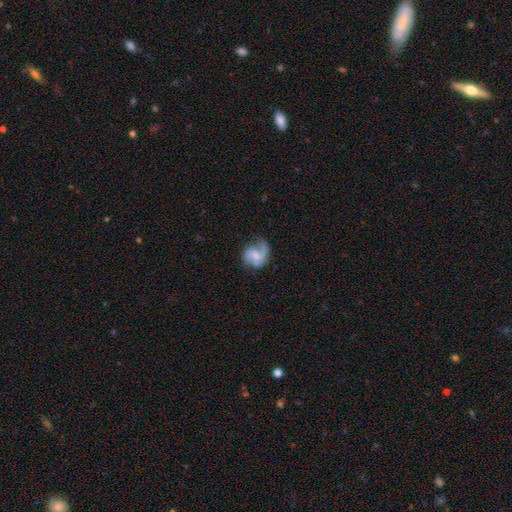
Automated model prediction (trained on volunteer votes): smooth_or_featured: featured or disk (p=0.68) [alt: smooth p=0.24]
disk_edge_on: no (p=0.98) [alt: yes p=0.02]
bar: no (p=0.49) [alt: weak p=0.41]
has_spiral_arms: yes (p=0.91) [alt: no p=0.09]
spiral_winding: medium (p=0.44) [alt: loose p=0.42]
spiral_arm_count: 2 (p=0.63) [alt: 1 p=0.16]
bulge_size: small (p=0.41) [alt: moderate p=0.29]
merging: none (p=0.57) [alt: minor disturbance p=0.24]